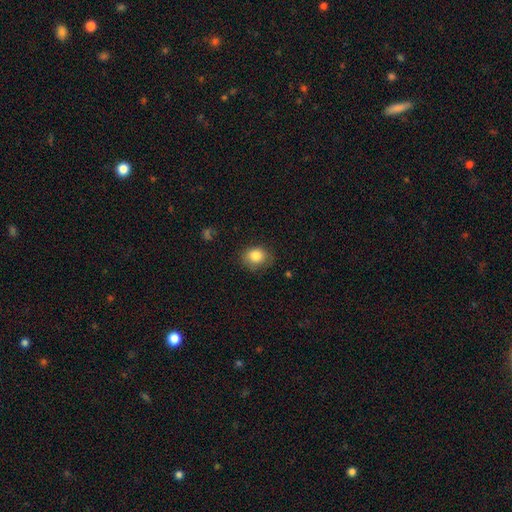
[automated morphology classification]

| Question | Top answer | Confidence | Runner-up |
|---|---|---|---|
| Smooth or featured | smooth | 83% | star or artifact (9%) |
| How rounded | round | 56% | in between (43%) |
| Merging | none | 72% | minor disturbance (22%) |